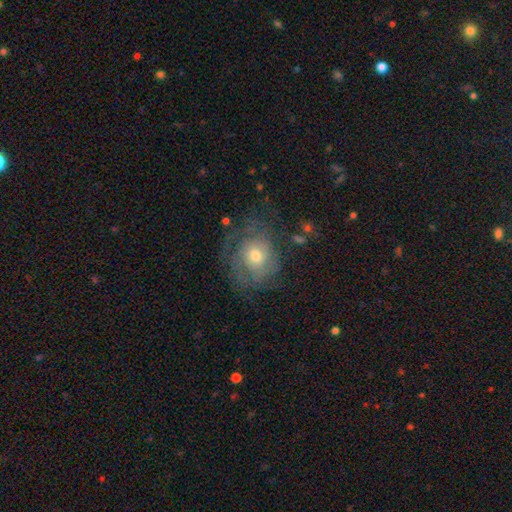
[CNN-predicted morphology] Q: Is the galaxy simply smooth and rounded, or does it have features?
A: featured or disk — 50%.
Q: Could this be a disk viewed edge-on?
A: no — 96%.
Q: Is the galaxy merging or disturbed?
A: none — 56%.